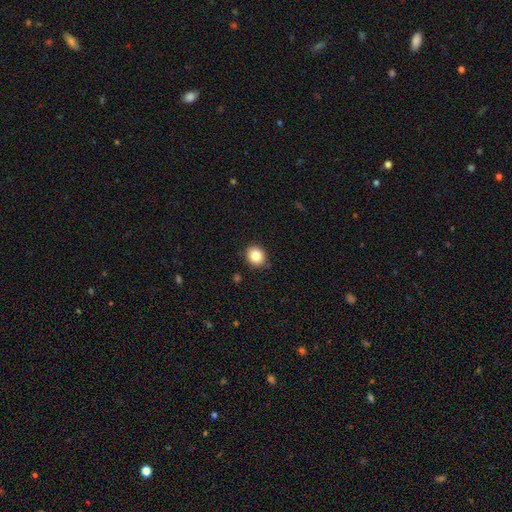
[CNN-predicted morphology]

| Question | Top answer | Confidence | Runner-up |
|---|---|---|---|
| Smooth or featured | smooth | 84% | star or artifact (10%) |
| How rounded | round | 74% | in between (25%) |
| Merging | none | 88% | minor disturbance (8%) |